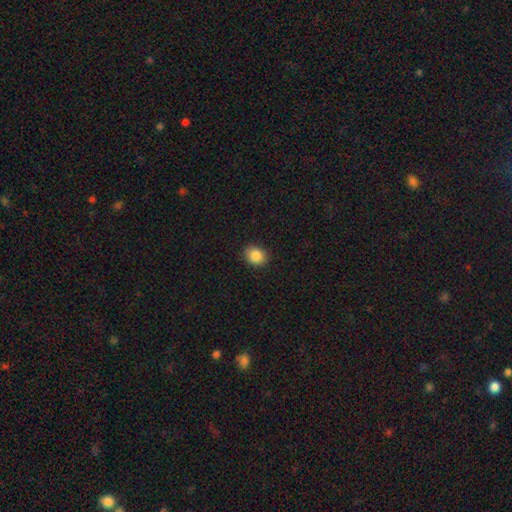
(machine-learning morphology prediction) Overall: smooth (87%). How rounded: round (62%; in between 37%). Merging: none (87%).